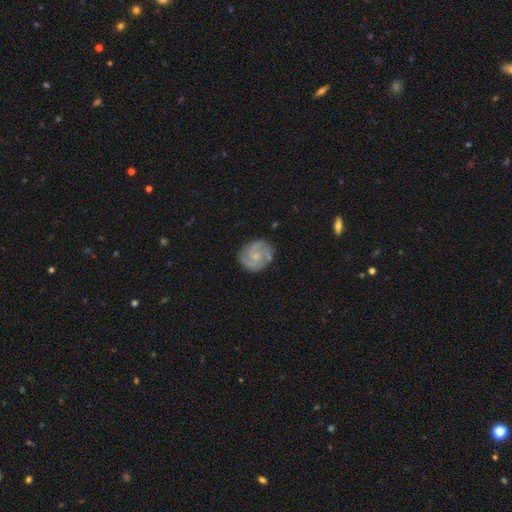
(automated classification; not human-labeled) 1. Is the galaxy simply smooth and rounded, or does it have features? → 69% featured or disk, 24% smooth, 7% star or artifact.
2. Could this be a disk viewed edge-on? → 98% no, 2% yes.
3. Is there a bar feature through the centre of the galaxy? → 73% no, 24% weak, 3% strong.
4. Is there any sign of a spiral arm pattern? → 90% yes, 10% no.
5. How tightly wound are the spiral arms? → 45% tight, 42% medium, 14% loose.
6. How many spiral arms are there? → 32% 3, 31% 2, 22% can't tell, 7% 4, 4% 1, 4% more than 4.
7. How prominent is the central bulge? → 67% small, 25% moderate, 6% none, 1% large, 1% dominant.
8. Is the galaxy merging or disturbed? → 76% none, 17% minor disturbance, 5% major disturbance, 2% merger.